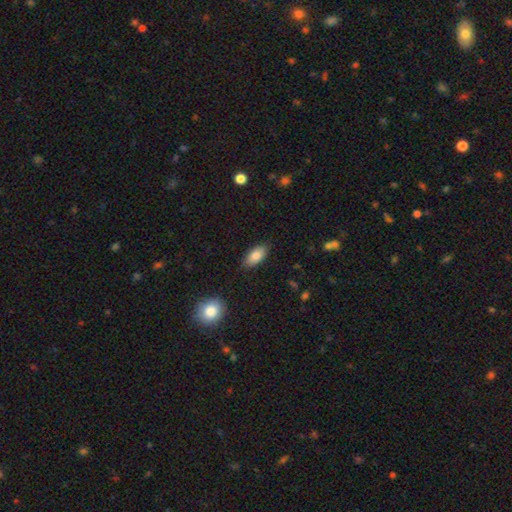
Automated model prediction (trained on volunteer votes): Morphology: type=smooth (84%); roundness=in between (91%); merging=none (85%).